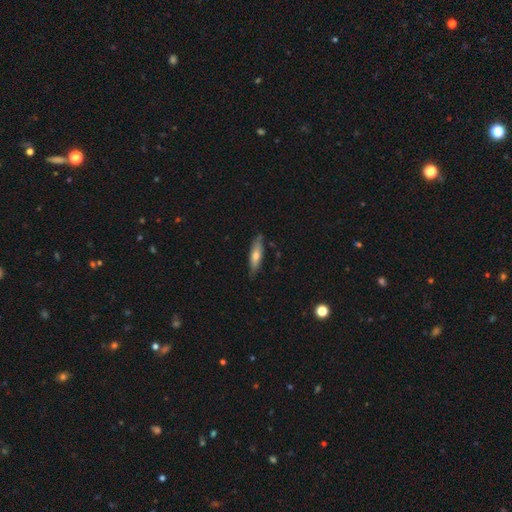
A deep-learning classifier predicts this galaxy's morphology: Overall: smooth (54%; featured or disk 40%). How rounded: cigar-shaped (68%; in between 30%). Merging: none (79%).